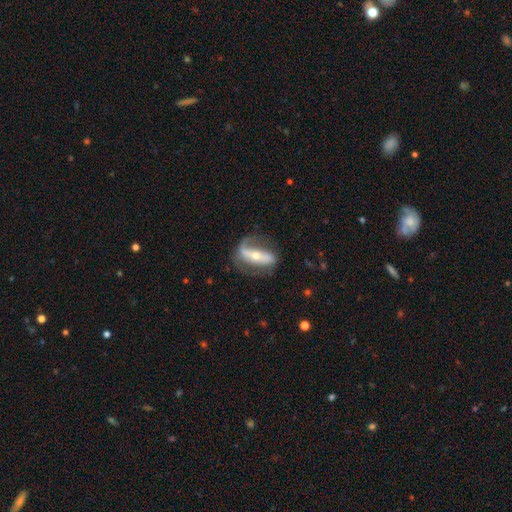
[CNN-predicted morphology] type=featured or disk (75%); edge-on=no (83%); bar=strong (60%); spiral arms=yes (80%); bulge=small (49%); merging=none (55%).